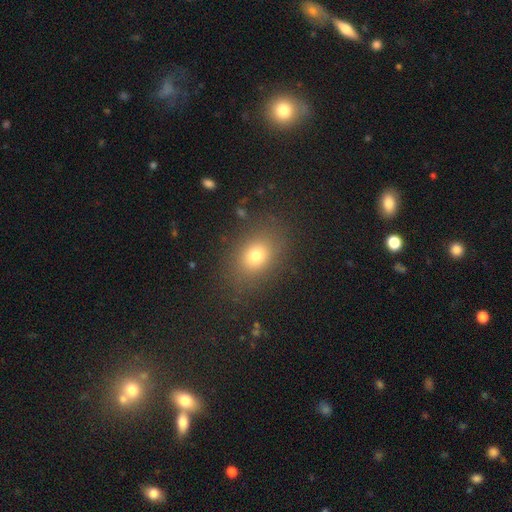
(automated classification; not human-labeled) A smooth galaxy with no disk features (75%) that is in between round and cigar-shaped (66%). Merging: none (84%).